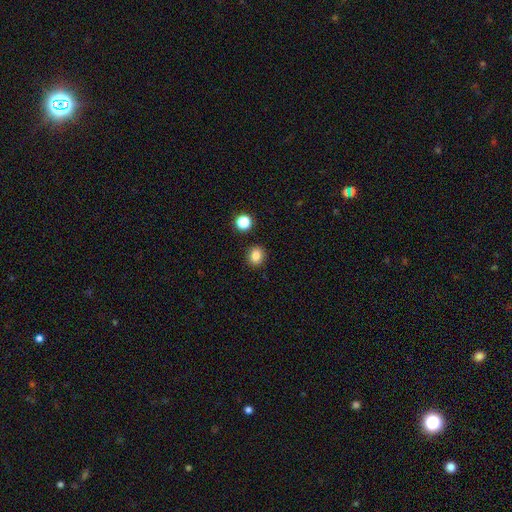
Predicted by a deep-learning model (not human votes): Overall: smooth (83%). How rounded: round (80%). Merging: none (89%).